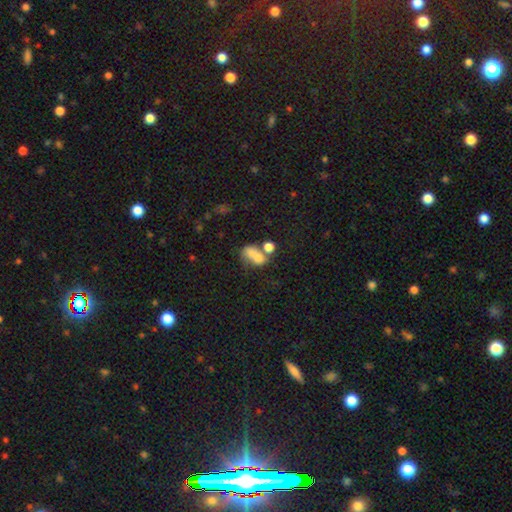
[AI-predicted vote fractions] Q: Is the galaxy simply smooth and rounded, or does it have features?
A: smooth — 68%.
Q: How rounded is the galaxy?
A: in between — 81%.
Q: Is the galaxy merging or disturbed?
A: merger — 48%.